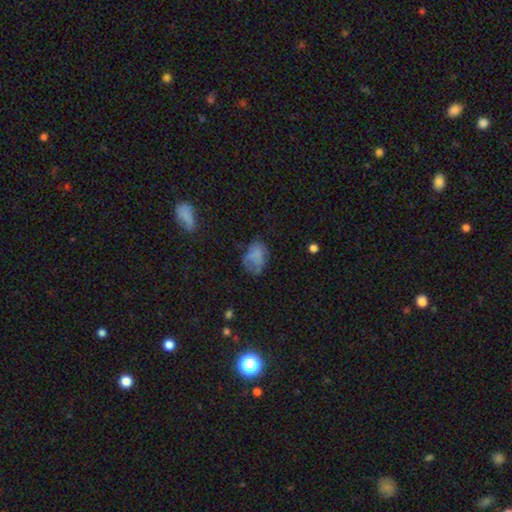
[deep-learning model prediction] Smooth or featured? Predicted: smooth (p=0.66). How rounded? Predicted: in between (p=0.76). Merging? Predicted: none (p=0.43).